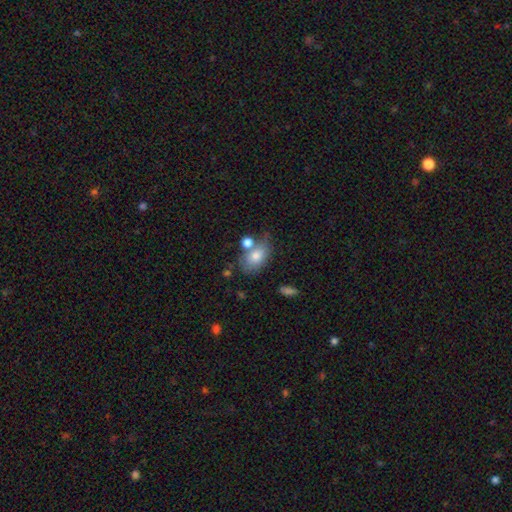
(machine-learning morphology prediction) smooth_or_featured: smooth (p=0.77) [alt: featured or disk p=0.15]
how_rounded: in between (p=0.84) [alt: round p=0.14]
merging: none (p=0.55) [alt: merger p=0.21]